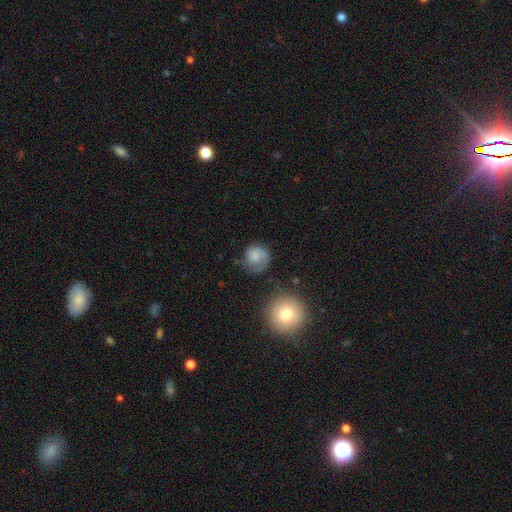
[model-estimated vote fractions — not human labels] This is likely a smooth galaxy (63%). How rounded: clearly round (83%). Merging: possibly none (55%).